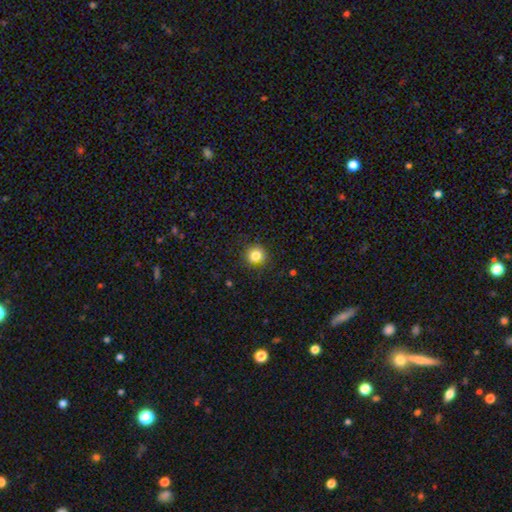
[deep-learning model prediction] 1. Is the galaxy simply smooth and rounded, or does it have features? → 82% smooth, 12% star or artifact, 5% featured or disk.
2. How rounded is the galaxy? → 92% round, 7% in between, 1% cigar-shaped.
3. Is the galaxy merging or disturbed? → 88% none, 9% minor disturbance, 2% major disturbance, 1% merger.